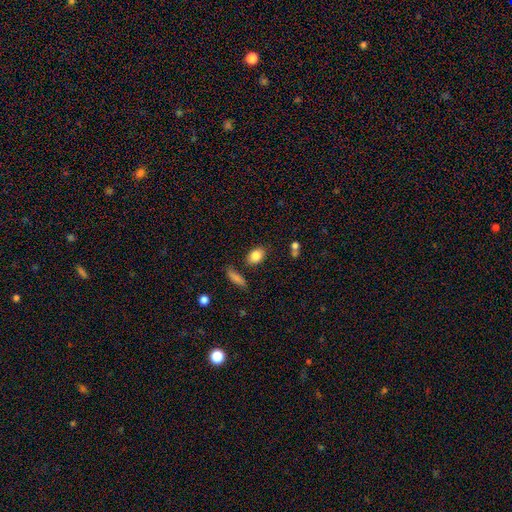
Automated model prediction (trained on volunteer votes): A smooth galaxy with no disk features (84%) that is in between round and cigar-shaped (75%).

Vote fractions:
- Smooth or featured? smooth: 84% / star or artifact: 8% / featured or disk: 8%
- How rounded? in between: 75% / round: 23% / cigar-shaped: 2%
- Merging? none: 81% / minor disturbance: 12% / merger: 5% / major disturbance: 3%